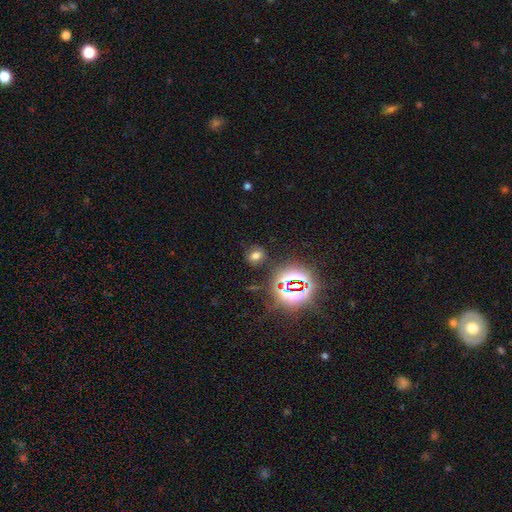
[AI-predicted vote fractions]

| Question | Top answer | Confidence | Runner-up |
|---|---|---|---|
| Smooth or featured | smooth | 59% | star or artifact (31%) |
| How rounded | round | 55% | in between (43%) |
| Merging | none | 81% | minor disturbance (11%) |